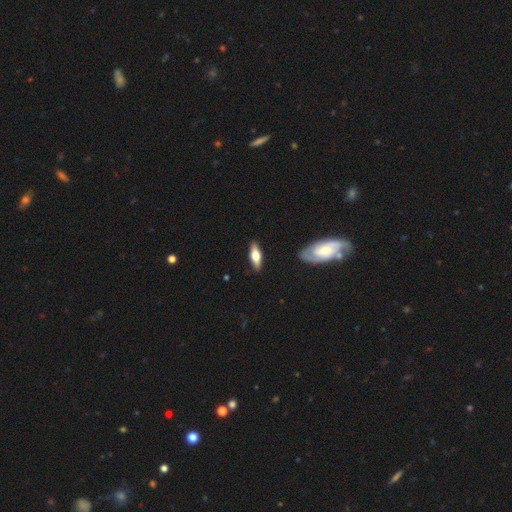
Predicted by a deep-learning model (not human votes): smooth_or_featured: smooth (p=0.51) [alt: featured or disk p=0.43]
how_rounded: in between (p=0.59) [alt: cigar-shaped p=0.38]
merging: none (p=0.86) [alt: minor disturbance p=0.10]